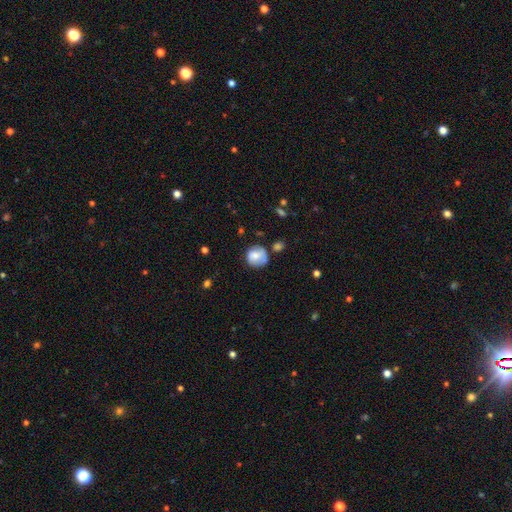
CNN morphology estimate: Overall: smooth (70%). How rounded: round (84%). Merging: none (57%; minor disturbance 27%).